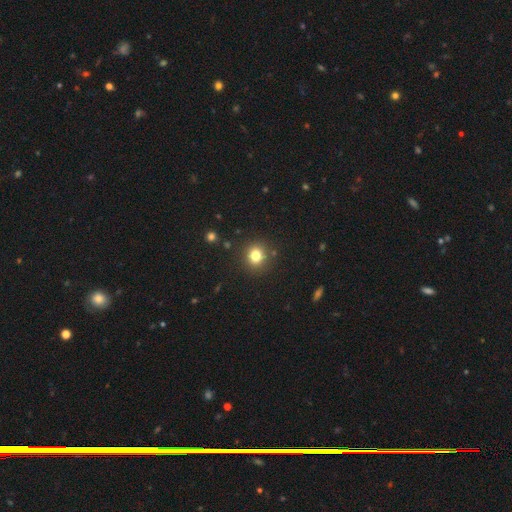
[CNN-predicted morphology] Overall: smooth (79%). How rounded: round (83%). Merging: none (88%).